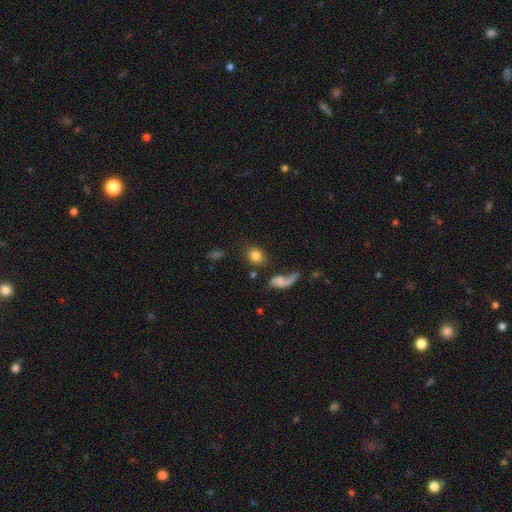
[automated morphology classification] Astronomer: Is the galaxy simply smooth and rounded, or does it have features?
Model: smooth — 80%.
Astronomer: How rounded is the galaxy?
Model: round — 65%.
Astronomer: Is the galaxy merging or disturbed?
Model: none — 70%.